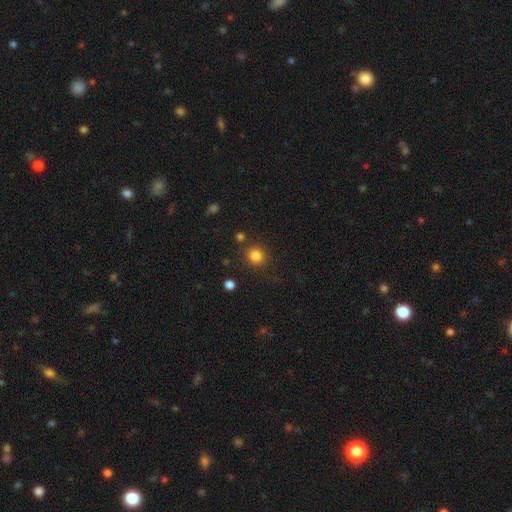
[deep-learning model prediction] A smooth galaxy with no disk features (83%) that is round (90%). Merging: none (84%).